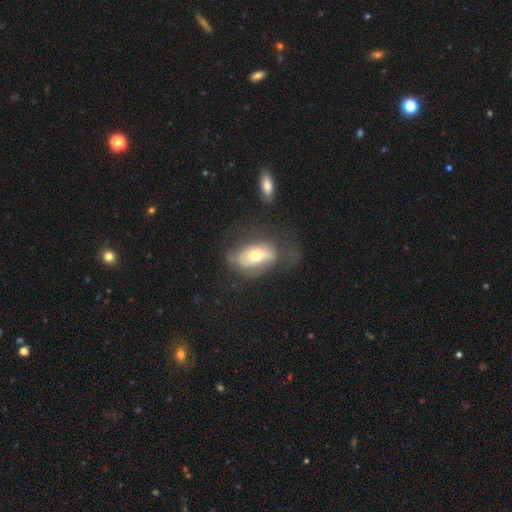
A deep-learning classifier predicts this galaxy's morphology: Overall: featured or disk (48%; smooth 43%). Merging: none (35%; major disturbance 34%).